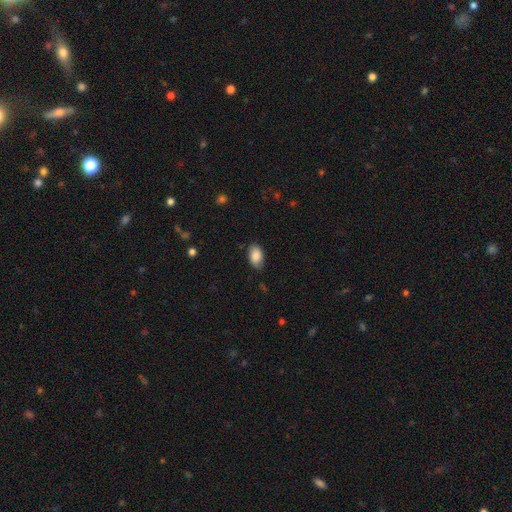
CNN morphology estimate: Q: Smooth or featured?
A: smooth (85%); runner-up: featured or disk (8%)
Q: How rounded?
A: in between (93%); runner-up: round (6%)
Q: Merging?
A: none (79%); runner-up: minor disturbance (16%)